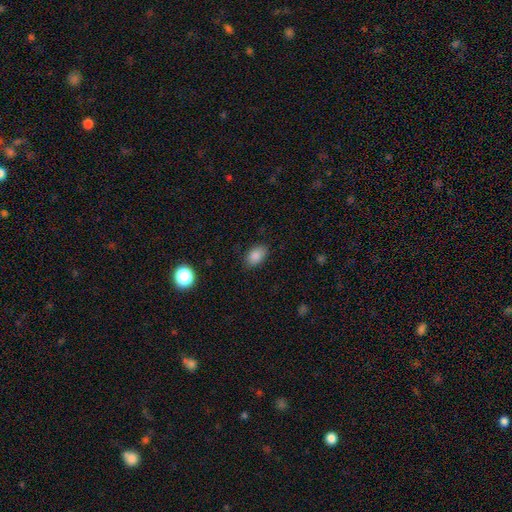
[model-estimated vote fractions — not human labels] A smooth galaxy with no disk features (86%) that is in between round and cigar-shaped (87%).

Vote fractions:
- Smooth or featured? smooth: 86% / star or artifact: 9% / featured or disk: 4%
- How rounded? in between: 87% / round: 11% / cigar-shaped: 1%
- Merging? none: 84% / minor disturbance: 12% / major disturbance: 3% / merger: 1%